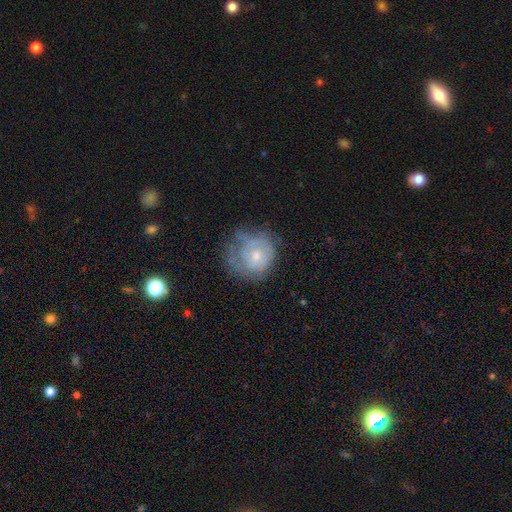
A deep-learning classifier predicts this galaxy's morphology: A featured or disk galaxy (54%) with no bar (80%), spiral arms (58%) and a small central bulge (49%). Merging: none (45%).